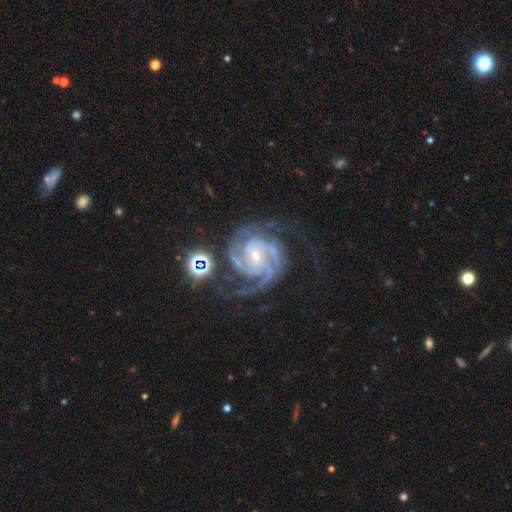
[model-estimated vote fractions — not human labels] Morphology: type=featured or disk (92%); edge-on=no (98%); bar=no (47%); spiral arms=yes (99%); winding=tight (60%); arm count=3 (40%); bulge=small (73%); merging=none (62%).